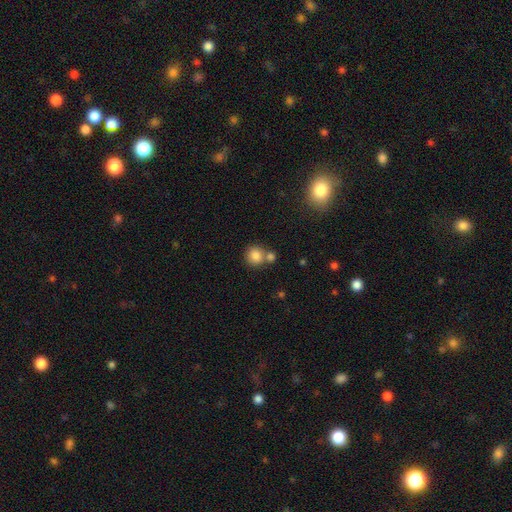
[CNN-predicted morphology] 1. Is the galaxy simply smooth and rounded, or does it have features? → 84% smooth, 10% star or artifact, 7% featured or disk.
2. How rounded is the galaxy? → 87% round, 12% in between, 1% cigar-shaped.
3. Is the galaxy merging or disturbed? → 58% none, 30% merger, 9% minor disturbance, 3% major disturbance.